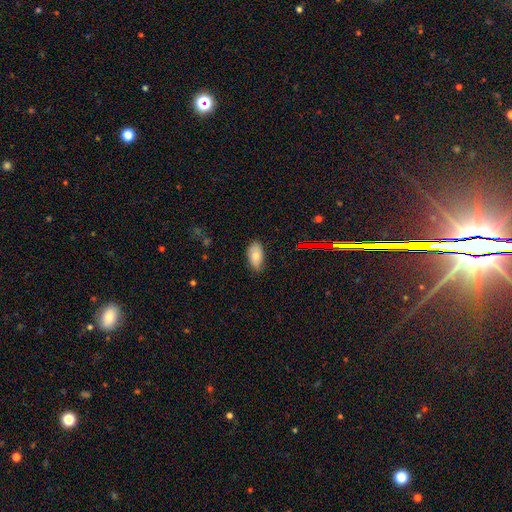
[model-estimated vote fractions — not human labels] Smooth or featured: smooth — 77% (featured or disk — 14%)
How rounded: in between — 94% (round — 3%)
Merging: none — 74% (minor disturbance — 22%)